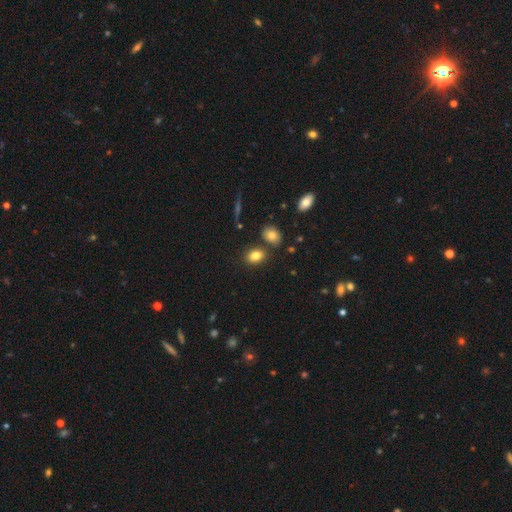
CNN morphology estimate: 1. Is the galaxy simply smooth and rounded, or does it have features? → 82% smooth, 10% star or artifact, 8% featured or disk.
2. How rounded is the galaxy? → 72% in between, 26% round, 2% cigar-shaped.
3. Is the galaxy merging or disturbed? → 74% none, 13% merger, 10% minor disturbance, 3% major disturbance.